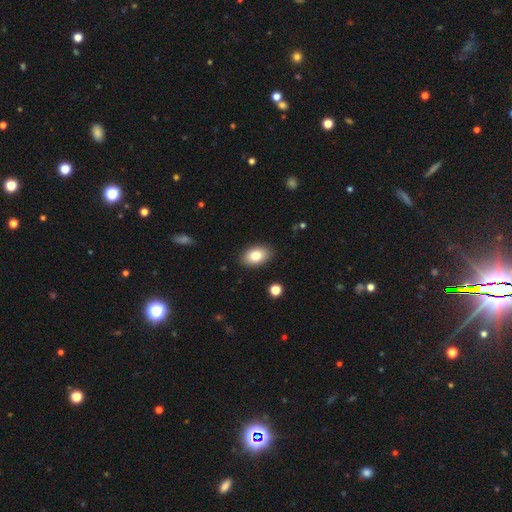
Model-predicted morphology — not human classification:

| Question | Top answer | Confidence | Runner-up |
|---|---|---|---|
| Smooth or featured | smooth | 82% | featured or disk (11%) |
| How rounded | in between | 90% | round (9%) |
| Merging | none | 88% | minor disturbance (8%) |